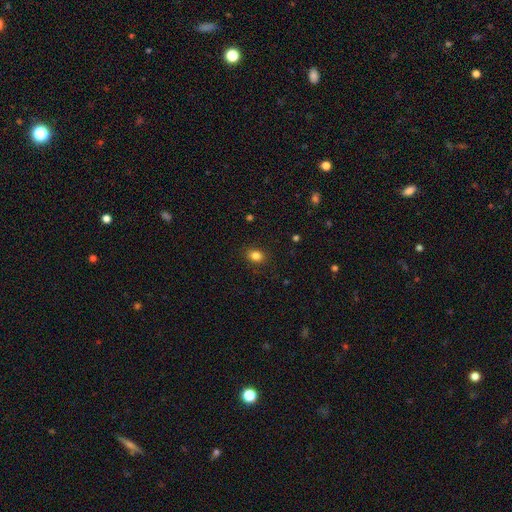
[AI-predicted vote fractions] Smooth or featured? smooth (85%)
How rounded? in between (59%)
Merging? none (88%)